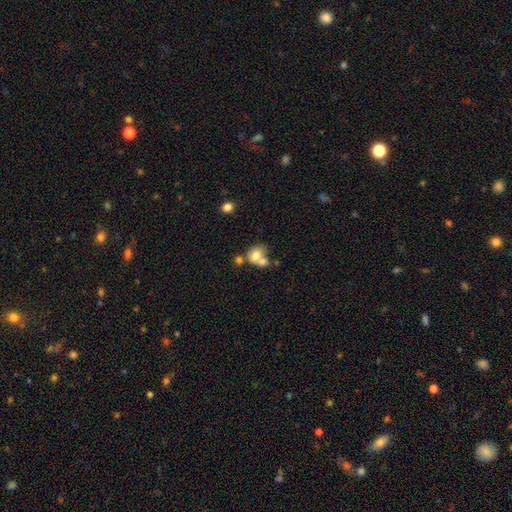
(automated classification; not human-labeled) Smooth or featured?
  - smooth: 70% *
  - featured or disk: 20%
  - star or artifact: 10%
How rounded?
  - in between: 56% *
  - round: 43%
  - cigar-shaped: 1%
Merging?
  - merger: 60% *
  - none: 24%
  - minor disturbance: 10%
  - major disturbance: 7%